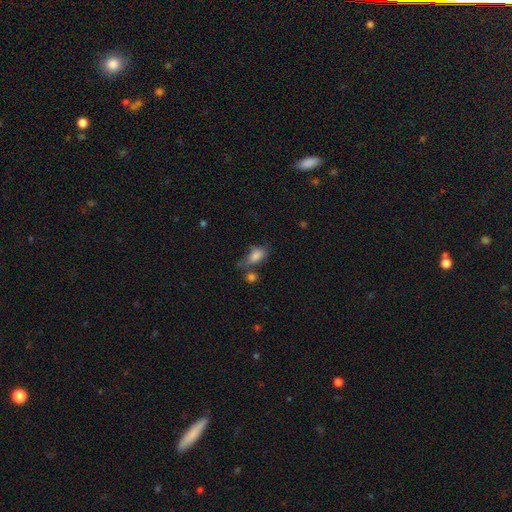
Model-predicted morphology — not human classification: Overall: smooth (80%). How rounded: in between (86%). Merging: none (42%; minor disturbance 25%).